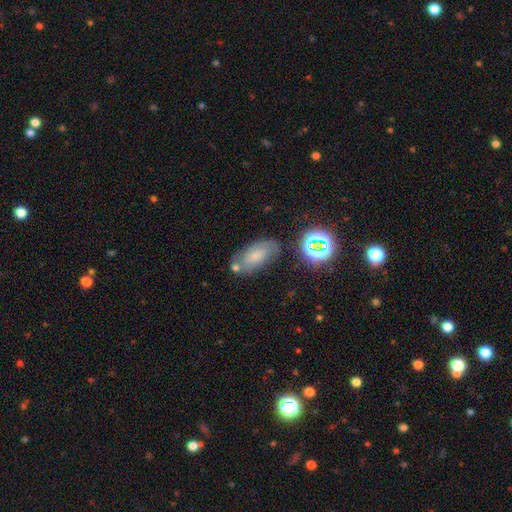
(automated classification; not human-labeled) Smooth or featured?
  - smooth: 59% *
  - featured or disk: 23%
  - star or artifact: 18%
How rounded?
  - in between: 87% *
  - round: 7%
  - cigar-shaped: 6%
Merging?
  - none: 65% *
  - minor disturbance: 19%
  - merger: 10%
  - major disturbance: 6%